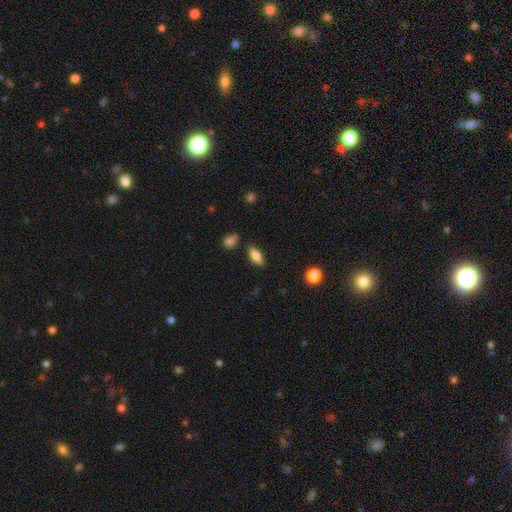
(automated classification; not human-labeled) Smooth or featured: smooth — 77% (featured or disk — 15%)
How rounded: in between — 78% (cigar-shaped — 19%)
Merging: none — 81% (minor disturbance — 12%)